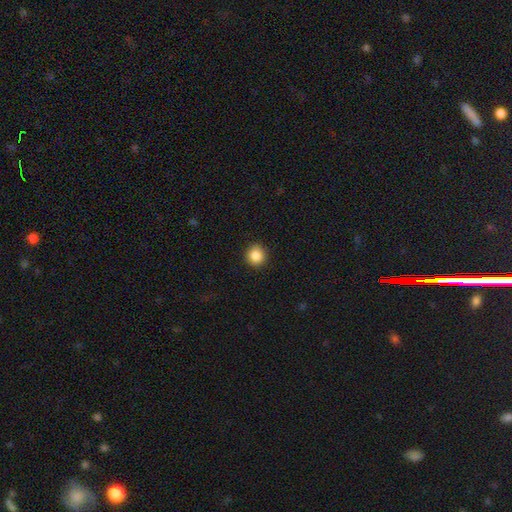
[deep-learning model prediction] This appears to be a smooth galaxy with no disk features (86%) that is round (91%). Merging: none (91%).